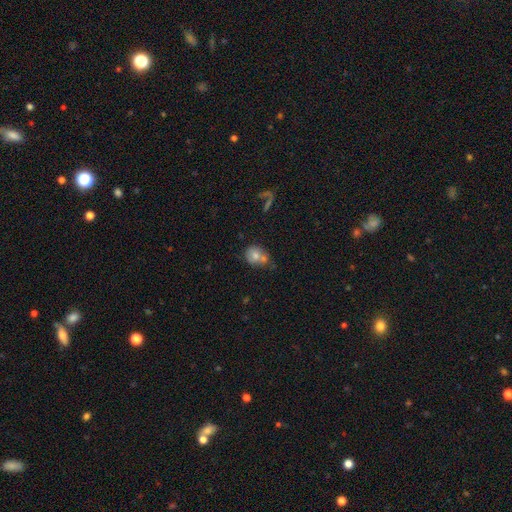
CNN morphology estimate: Smooth or featured: smooth — 72% (featured or disk — 17%)
How rounded: round — 70% (in between — 29%)
Merging: none — 44% (merger — 36%)